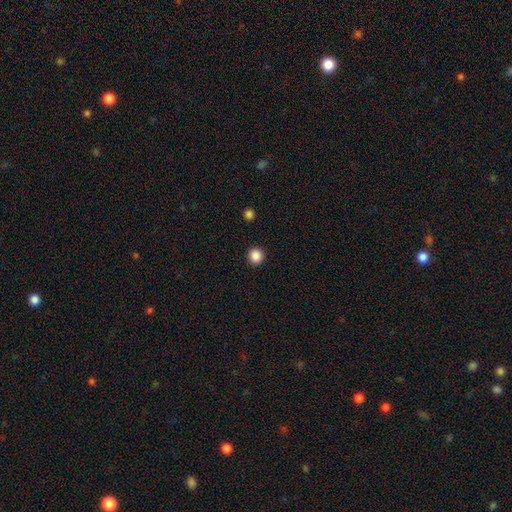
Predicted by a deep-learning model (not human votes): This is clearly a smooth galaxy (88%). How rounded: clearly round (94%). Merging: clearly none (93%).